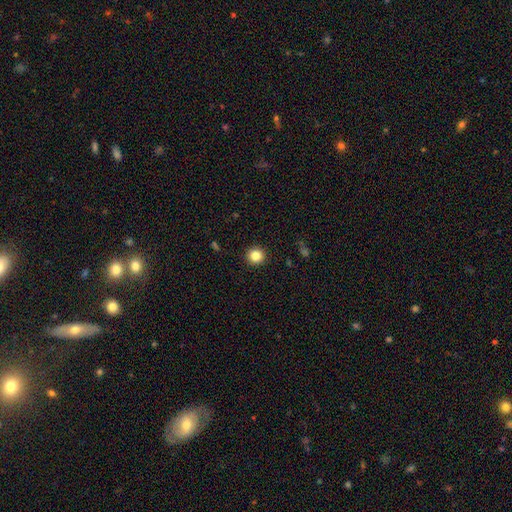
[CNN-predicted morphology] Smooth or featured: smooth — 84% (star or artifact — 11%)
How rounded: round — 93% (in between — 6%)
Merging: none — 92% (minor disturbance — 5%)